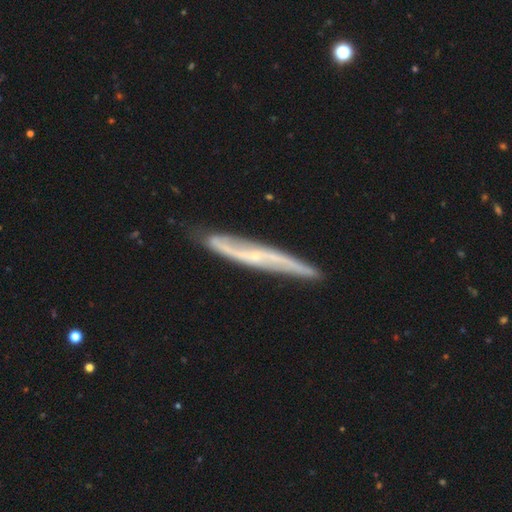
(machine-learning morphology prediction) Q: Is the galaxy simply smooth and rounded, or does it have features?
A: featured or disk — 80%.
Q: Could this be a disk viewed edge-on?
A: yes — 60%.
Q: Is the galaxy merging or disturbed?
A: none — 77%.